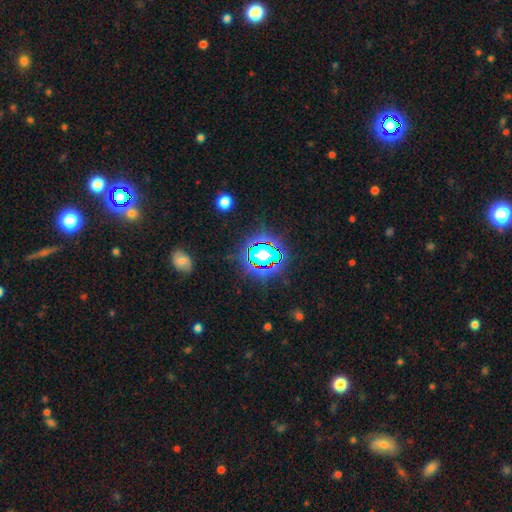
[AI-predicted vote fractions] smooth-or-featured: star or artifact: 78% | smooth: 14% | featured or disk: 8%